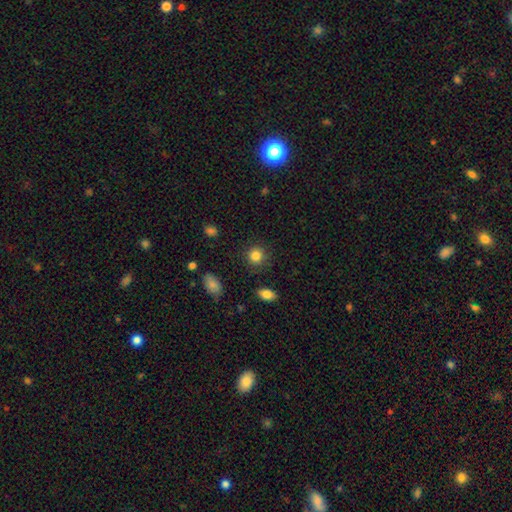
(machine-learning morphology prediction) Smooth or featured: smooth — 85% (star or artifact — 10%)
How rounded: round — 90% (in between — 9%)
Merging: none — 88% (minor disturbance — 8%)